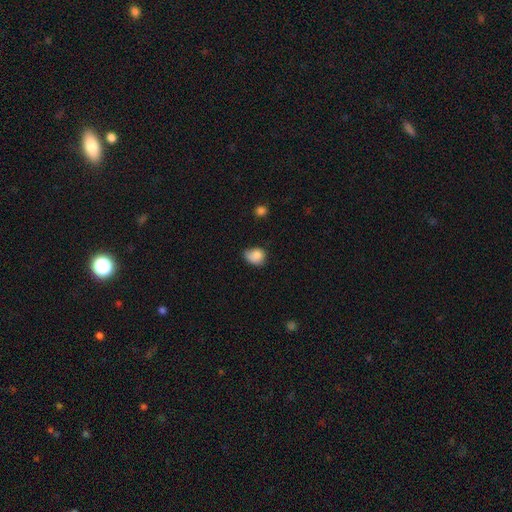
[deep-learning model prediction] Overall: smooth (81%). How rounded: round (54%; in between 45%). Merging: none (41%; minor disturbance 40%).